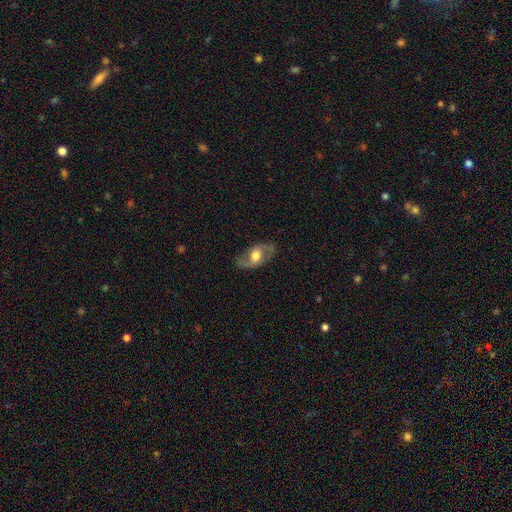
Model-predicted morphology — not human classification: featured or disk 65%, smooth 29%, star or artifact 6%. Down the decision tree: edge-on disk — no (88%); bar — no (55%); spiral arms — yes (66%); bulge size — moderate (51%); merging — none (75%).